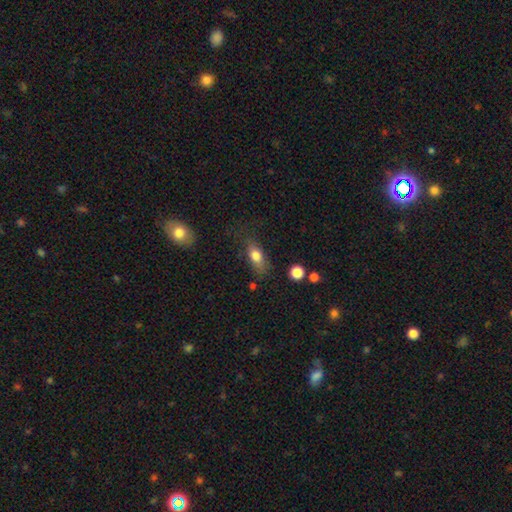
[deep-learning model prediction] This appears to be a smooth galaxy with no disk features (78%) that is in between round and cigar-shaped (79%). Merging: none (63%).